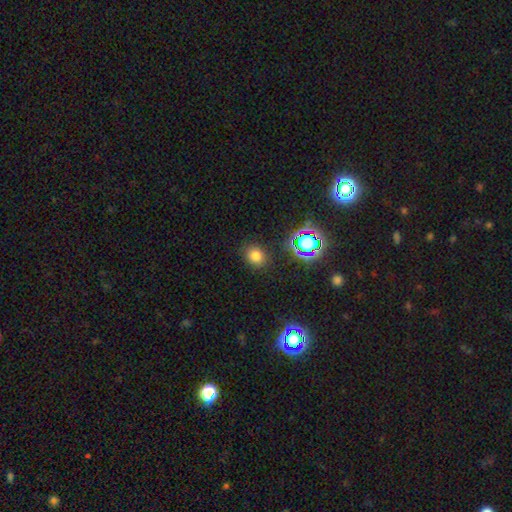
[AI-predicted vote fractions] Smooth or featured? Predicted: smooth (p=0.74). How rounded? Predicted: round (p=0.63). Merging? Predicted: none (p=0.86).